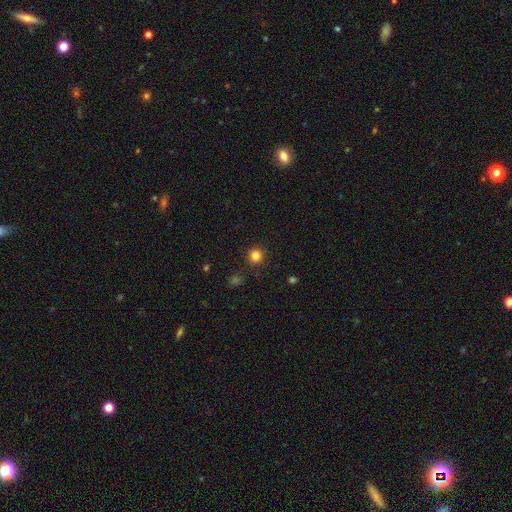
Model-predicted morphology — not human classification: This is clearly a smooth galaxy (82%). How rounded: clearly round (95%). Merging: clearly none (92%).